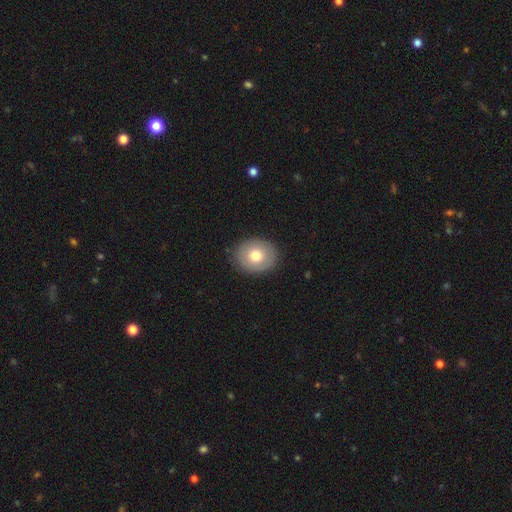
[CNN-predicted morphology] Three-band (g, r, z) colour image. It shows a smooth galaxy with no disk features (71%) that is round (65%). Merging: none (87%).